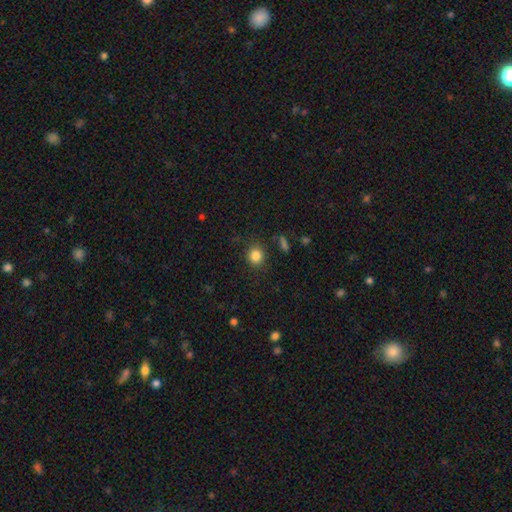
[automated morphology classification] This is clearly a smooth galaxy (84%). How rounded: clearly round (82%). Merging: clearly none (87%).